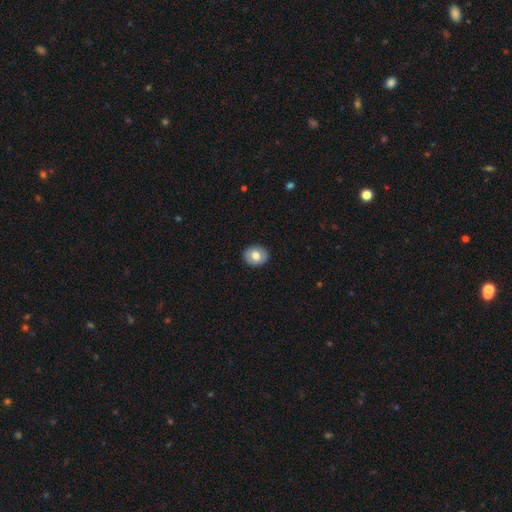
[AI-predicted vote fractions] Smooth or featured? Predicted: smooth (p=0.75). How rounded? Predicted: round (p=0.70). Merging? Predicted: none (p=0.91).